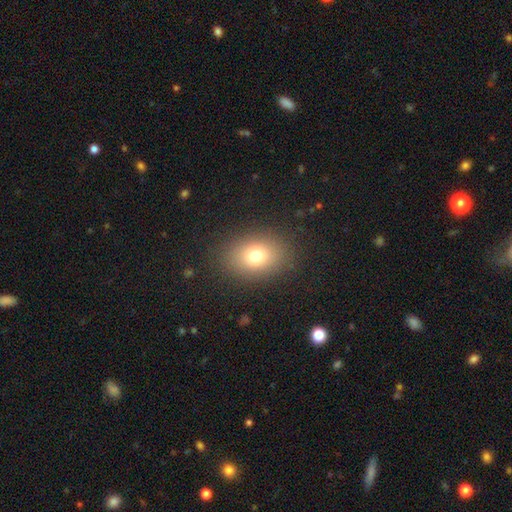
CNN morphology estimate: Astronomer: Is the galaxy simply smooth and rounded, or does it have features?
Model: smooth — 76%.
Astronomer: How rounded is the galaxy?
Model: in between — 63%.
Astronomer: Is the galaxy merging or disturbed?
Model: none — 86%.